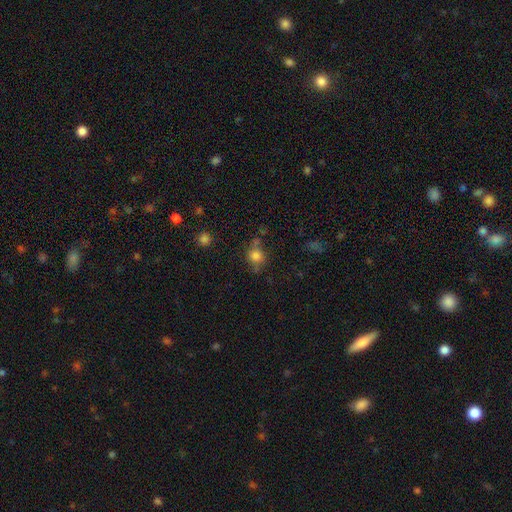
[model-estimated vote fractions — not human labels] Q: Smooth or featured?
A: smooth (77%); runner-up: star or artifact (13%)
Q: How rounded?
A: round (79%); runner-up: in between (20%)
Q: Merging?
A: none (60%); runner-up: minor disturbance (21%)